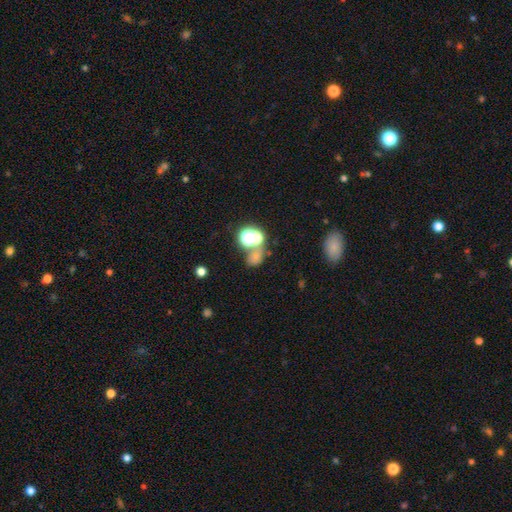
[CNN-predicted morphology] Overall: smooth (57%; star or artifact 29%). How rounded: round (52%; in between 47%). Merging: merger (41%; none 39%).